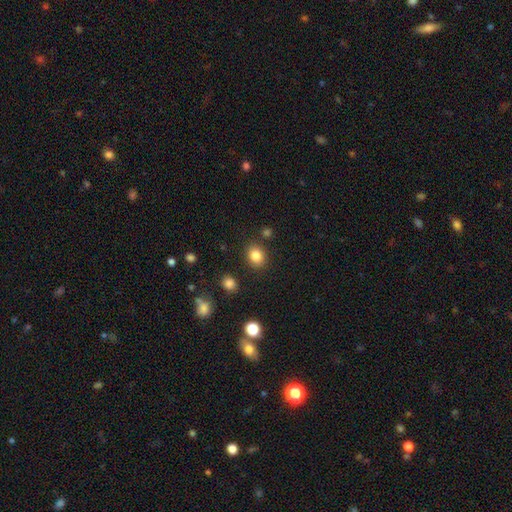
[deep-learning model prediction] This is clearly a smooth galaxy (84%). How rounded: likely round (60%). Merging: clearly none (85%).